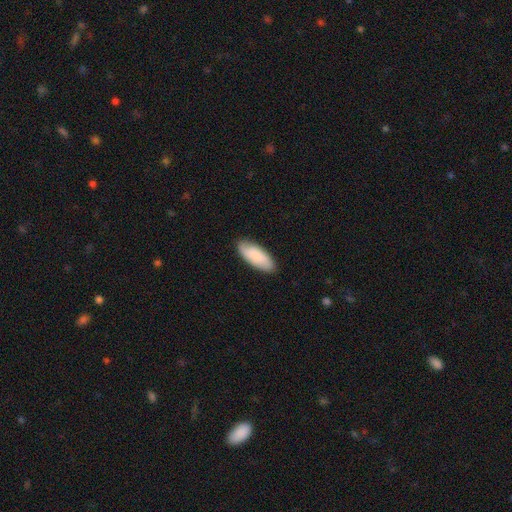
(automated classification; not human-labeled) Q: Smooth or featured?
A: smooth (77%); runner-up: featured or disk (17%)
Q: How rounded?
A: in between (81%); runner-up: cigar-shaped (18%)
Q: Merging?
A: none (84%); runner-up: minor disturbance (13%)